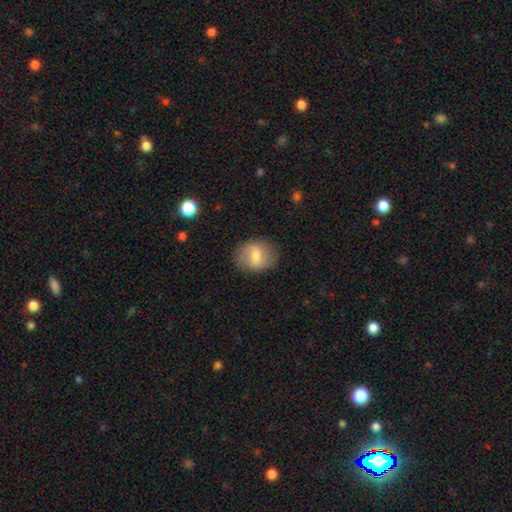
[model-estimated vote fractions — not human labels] smooth 58%, featured or disk 34%, star or artifact 7%. Down the decision tree: how rounded — round (50%); merging — none (82%).